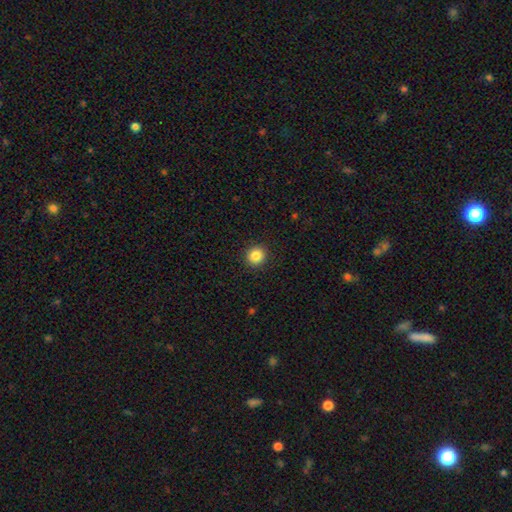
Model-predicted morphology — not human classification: Smooth or featured?
  - smooth: 85% *
  - star or artifact: 10%
  - featured or disk: 5%
How rounded?
  - round: 93% *
  - in between: 6%
  - cigar-shaped: 1%
Merging?
  - none: 92% *
  - minor disturbance: 5%
  - major disturbance: 2%
  - merger: 1%